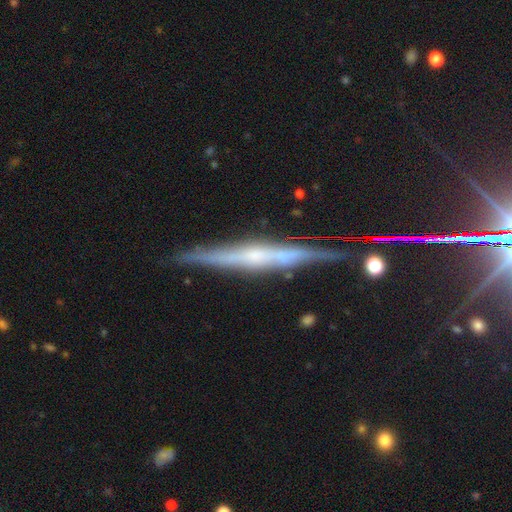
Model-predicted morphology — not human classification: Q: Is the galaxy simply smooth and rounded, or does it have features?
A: featured or disk — 74%.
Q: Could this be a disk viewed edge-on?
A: yes — 96%.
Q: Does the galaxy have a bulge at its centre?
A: rounded — 49%.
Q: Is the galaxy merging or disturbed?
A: none — 83%.